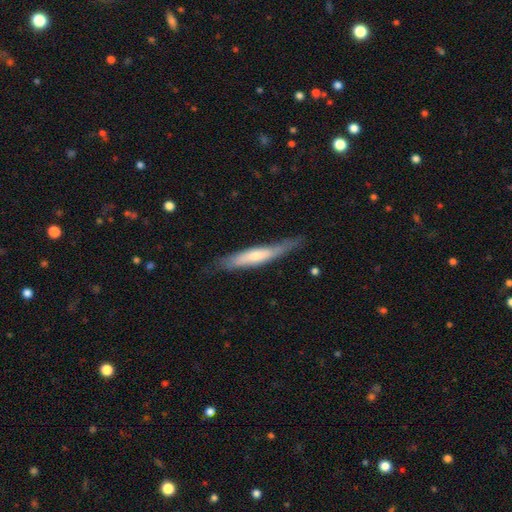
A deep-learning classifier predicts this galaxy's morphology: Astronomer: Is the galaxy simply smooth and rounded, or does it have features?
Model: smooth — 52% (runner-up: featured or disk, 43%).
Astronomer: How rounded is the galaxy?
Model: cigar-shaped — 89%.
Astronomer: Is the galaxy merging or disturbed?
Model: none — 71%.